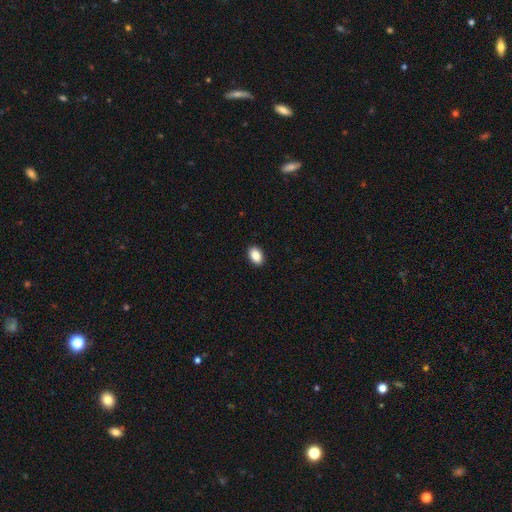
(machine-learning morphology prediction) smooth_or_featured: smooth (p=0.88) [alt: star or artifact p=0.08]
how_rounded: in between (p=0.88) [alt: round p=0.11]
merging: none (p=0.91) [alt: minor disturbance p=0.06]